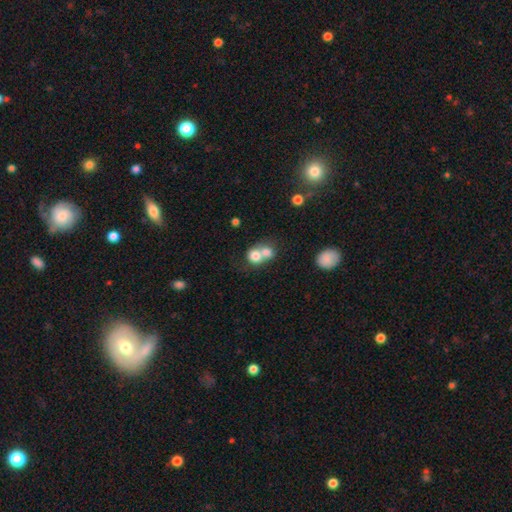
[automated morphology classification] smooth_or_featured: smooth (p=0.74) [alt: featured or disk p=0.17]
how_rounded: round (p=0.75) [alt: in between p=0.24]
merging: merger (p=0.69) [alt: none p=0.23]